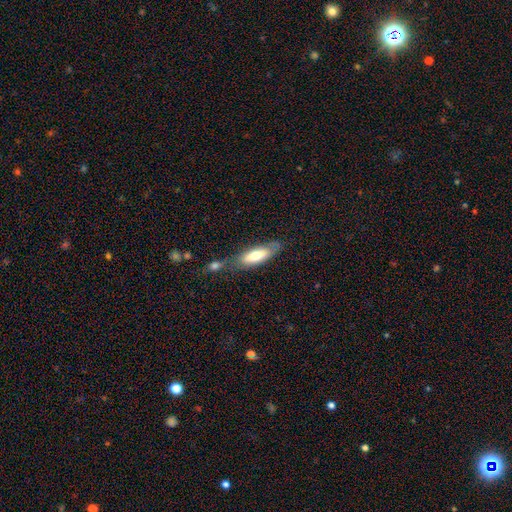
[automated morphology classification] smooth 63%, featured or disk 31%, star or artifact 6%. Down the decision tree: how rounded — in between (58%); merging — none (56%).